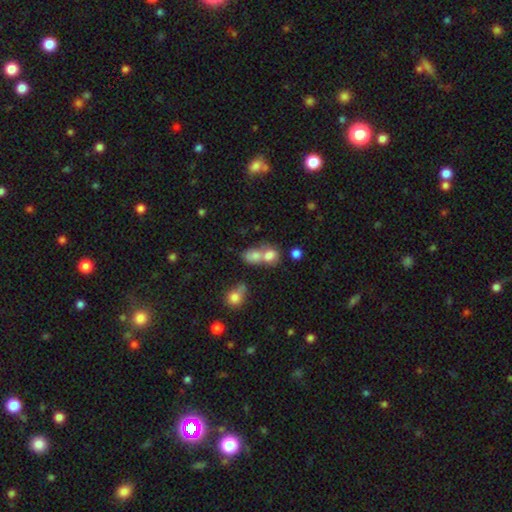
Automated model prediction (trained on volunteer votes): This is likely a smooth galaxy (71%). How rounded: possibly round (52%). Merging: likely merger (61%).